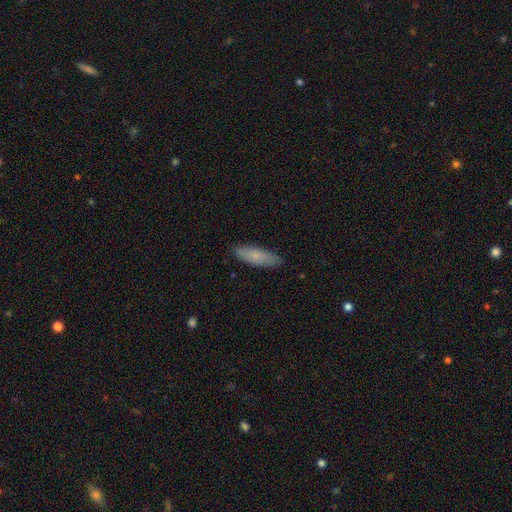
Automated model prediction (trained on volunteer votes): Smooth or featured: smooth — 78% (featured or disk — 16%)
How rounded: cigar-shaped — 53% (in between — 45%)
Merging: none — 85% (minor disturbance — 12%)